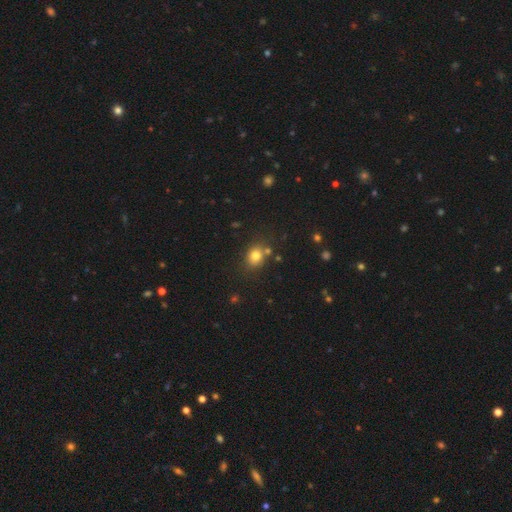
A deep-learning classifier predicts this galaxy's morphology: type=smooth (79%); roundness=round (58%); merging=none (71%).